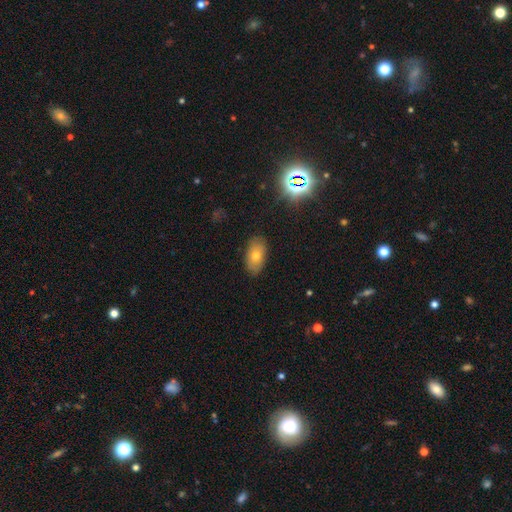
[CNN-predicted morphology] Smooth or featured?
  - smooth: 66% *
  - featured or disk: 21%
  - star or artifact: 14%
How rounded?
  - in between: 91% *
  - round: 6%
  - cigar-shaped: 3%
Merging?
  - none: 85% *
  - minor disturbance: 12%
  - major disturbance: 3%
  - merger: 1%